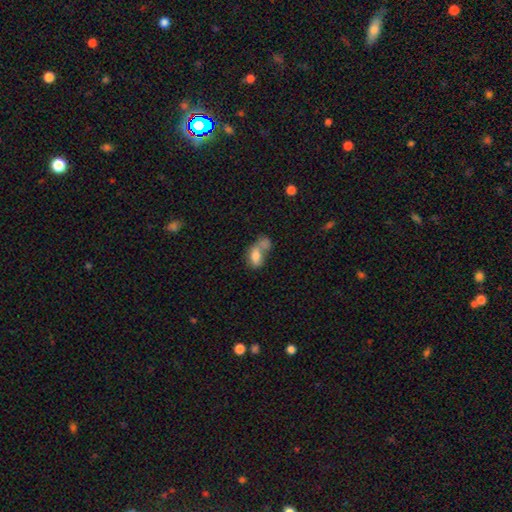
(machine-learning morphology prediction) This is likely a smooth galaxy (76%). How rounded: clearly in between (86%). Merging: likely merger (62%).